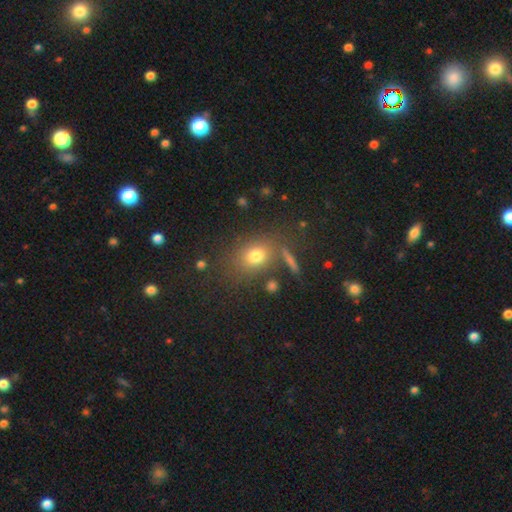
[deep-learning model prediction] smooth_or_featured: smooth (p=0.74) [alt: star or artifact p=0.15]
how_rounded: in between (p=0.52) [alt: round p=0.46]
merging: none (p=0.74) [alt: minor disturbance p=0.12]